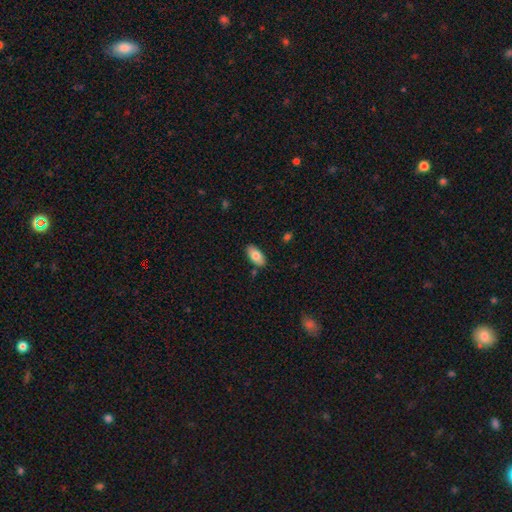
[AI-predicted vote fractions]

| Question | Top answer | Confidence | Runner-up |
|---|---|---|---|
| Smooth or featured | smooth | 77% | featured or disk (16%) |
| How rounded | in between | 91% | cigar-shaped (6%) |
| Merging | none | 85% | minor disturbance (10%) |